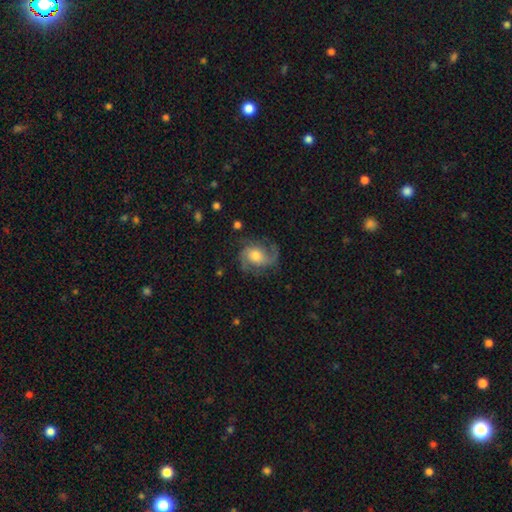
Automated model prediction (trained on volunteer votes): Q: Smooth or featured?
A: featured or disk (78%); runner-up: smooth (16%)
Q: Edge-on disk?
A: no (97%); runner-up: yes (3%)
Q: Bar?
A: no (66%); runner-up: weak (28%)
Q: Spiral arms?
A: yes (95%); runner-up: no (5%)
Q: Spiral winding?
A: medium (48%); runner-up: loose (30%)
Q: Spiral arm count?
A: 2 (49%); runner-up: 3 (26%)
Q: Bulge size?
A: moderate (63%); runner-up: small (20%)
Q: Merging?
A: none (67%); runner-up: minor disturbance (19%)